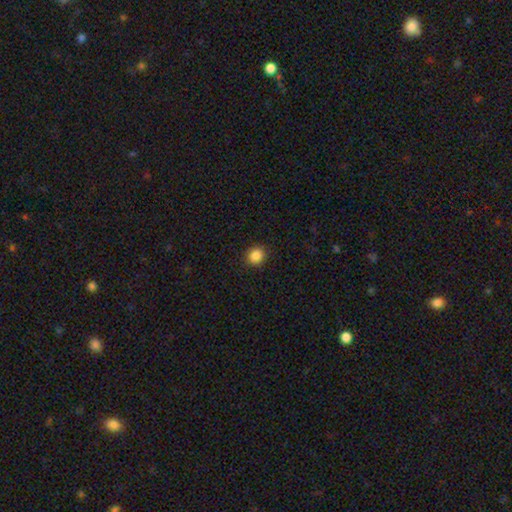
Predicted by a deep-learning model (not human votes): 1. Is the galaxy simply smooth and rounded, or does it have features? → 86% smooth, 11% star or artifact, 3% featured or disk.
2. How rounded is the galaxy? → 88% round, 11% in between, 1% cigar-shaped.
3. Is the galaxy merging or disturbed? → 91% none, 6% minor disturbance, 2% major disturbance, 1% merger.